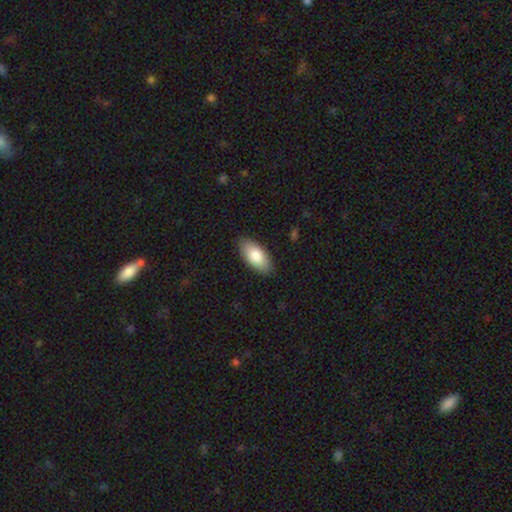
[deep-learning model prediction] Smooth or featured?
  - smooth: 82% *
  - featured or disk: 12%
  - star or artifact: 6%
How rounded?
  - in between: 92% *
  - cigar-shaped: 6%
  - round: 2%
Merging?
  - none: 86% *
  - minor disturbance: 11%
  - major disturbance: 2%
  - merger: 1%